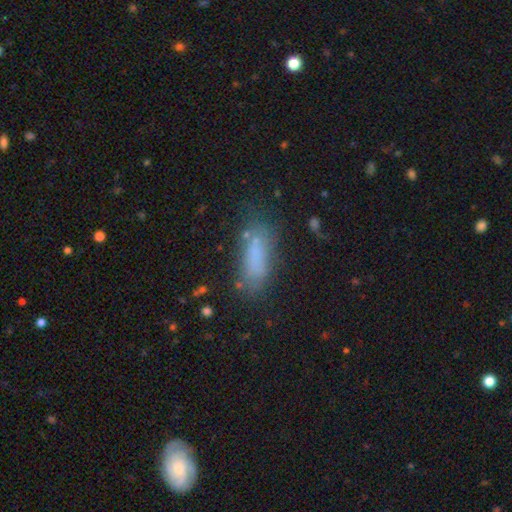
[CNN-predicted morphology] smooth-or-featured: smooth: 74% | featured or disk: 15% | star or artifact: 11%
  how-rounded: in between: 63% | cigar-shaped: 34% | round: 3%
  merging: none: 65% | minor disturbance: 21% | major disturbance: 9% | merger: 5%